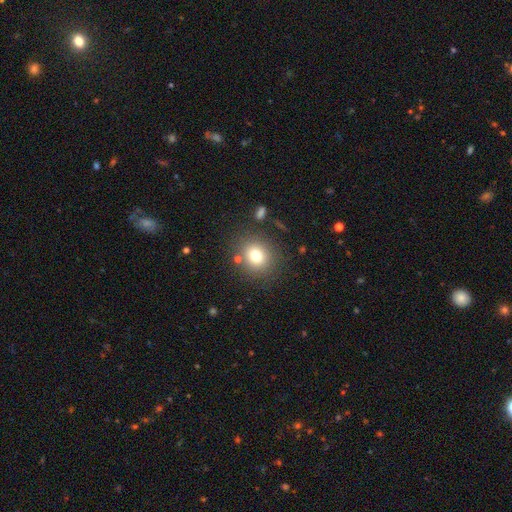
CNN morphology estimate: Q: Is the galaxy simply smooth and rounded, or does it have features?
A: smooth — 75%.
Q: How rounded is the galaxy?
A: round — 82%.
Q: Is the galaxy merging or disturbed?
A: none — 82%.